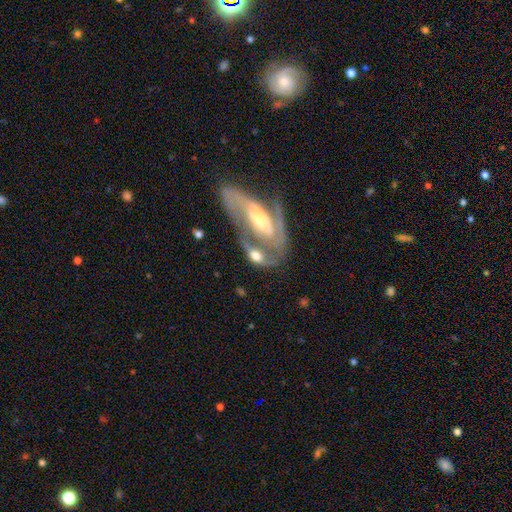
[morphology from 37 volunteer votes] smooth_or_featured: featured or disk (p=0.65) [alt: smooth p=0.32]
disk_edge_on: no (p=0.92) [alt: yes p=0.08]
bar: no (p=0.64) [alt: weak p=0.32]
has_spiral_arms: yes (p=0.59) [alt: no p=0.41]
spiral_winding: loose (p=0.54) [alt: medium p=0.31]
spiral_arm_count: 2 (p=0.92) [alt: 1 p=0.08]
bulge_size: moderate (p=0.45) [alt: large p=0.36]
merging: merger (p=0.75) [alt: major disturbance p=0.25]